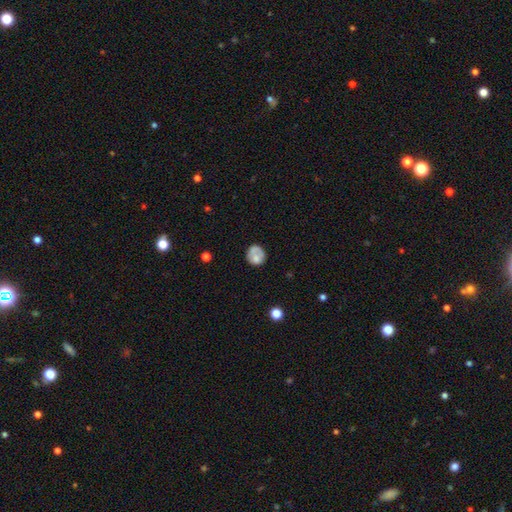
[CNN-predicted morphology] Q: Smooth or featured?
A: smooth (66%); runner-up: featured or disk (26%)
Q: How rounded?
A: round (81%); runner-up: in between (18%)
Q: Merging?
A: none (57%); runner-up: minor disturbance (22%)